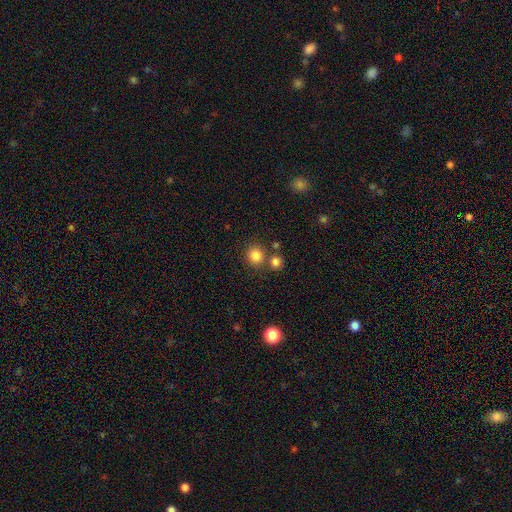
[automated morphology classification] Smooth or featured? Predicted: smooth (p=0.83). How rounded? Predicted: round (p=0.87). Merging? Predicted: none (p=0.73).